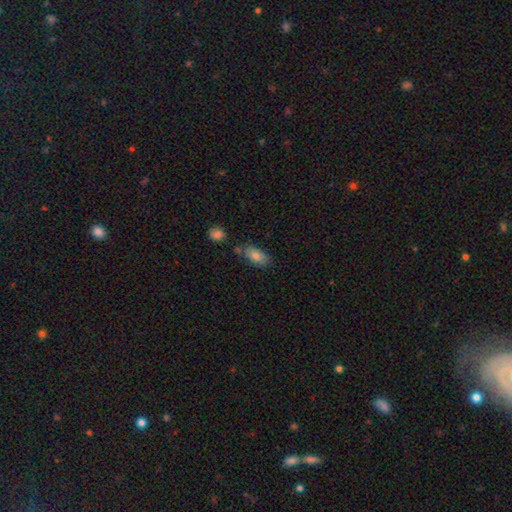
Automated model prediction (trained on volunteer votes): Smooth or featured? smooth (79%)
How rounded? in between (90%)
Merging? none (69%)